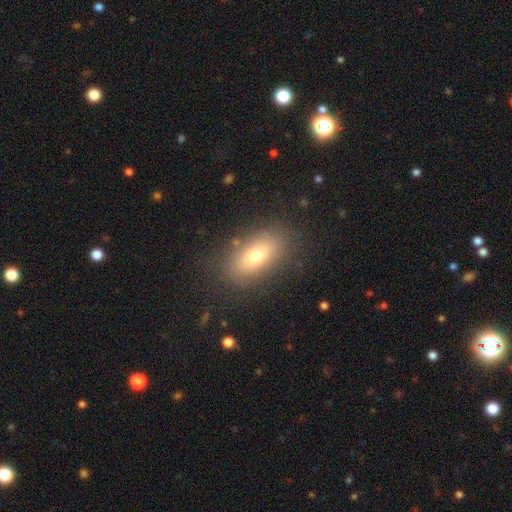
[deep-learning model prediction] Smooth or featured? Predicted: smooth (p=0.70). How rounded? Predicted: in between (p=0.85). Merging? Predicted: none (p=0.83).